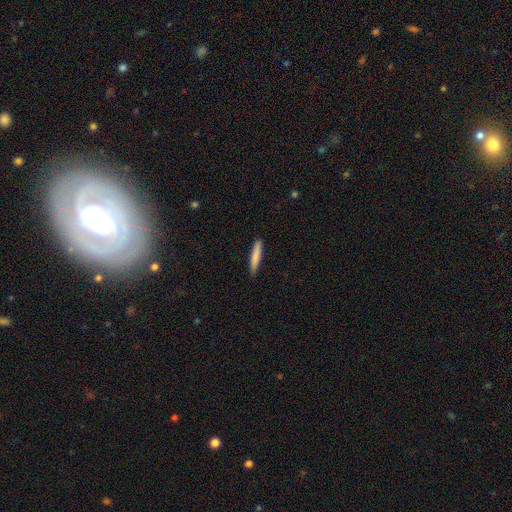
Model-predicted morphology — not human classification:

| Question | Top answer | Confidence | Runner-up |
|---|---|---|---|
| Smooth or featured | smooth | 82% | featured or disk (13%) |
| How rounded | cigar-shaped | 92% | in between (7%) |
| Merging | none | 88% | minor disturbance (9%) |